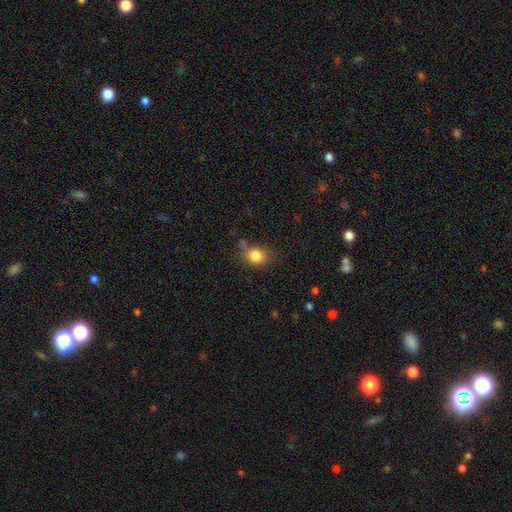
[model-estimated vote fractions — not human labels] The model was most divided on "how rounded": round: 67%, in between: 32%, cigar-shaped: 1%. More confident: smooth or featured — smooth (82%); merging — none (58%).